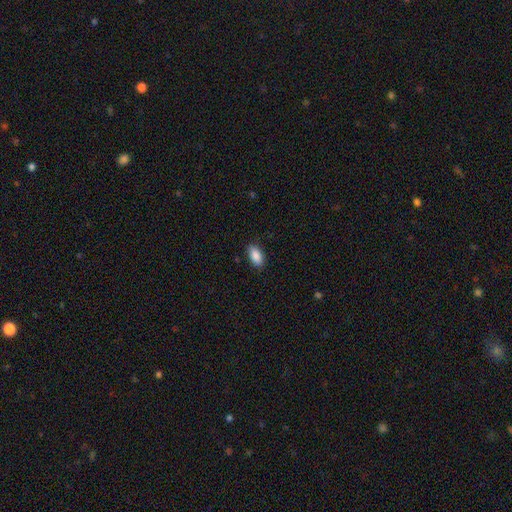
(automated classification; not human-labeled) smooth 88%, star or artifact 7%, featured or disk 5%. Down the decision tree: how rounded — in between (91%); merging — none (86%).